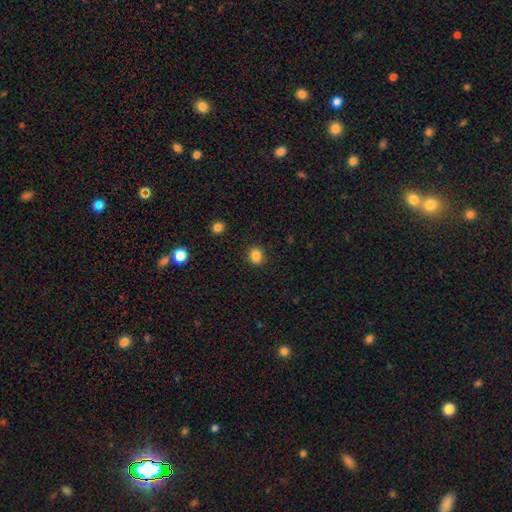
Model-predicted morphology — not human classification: Smooth or featured: smooth — 85% (star or artifact — 11%)
How rounded: round — 71% (in between — 28%)
Merging: none — 90% (minor disturbance — 7%)